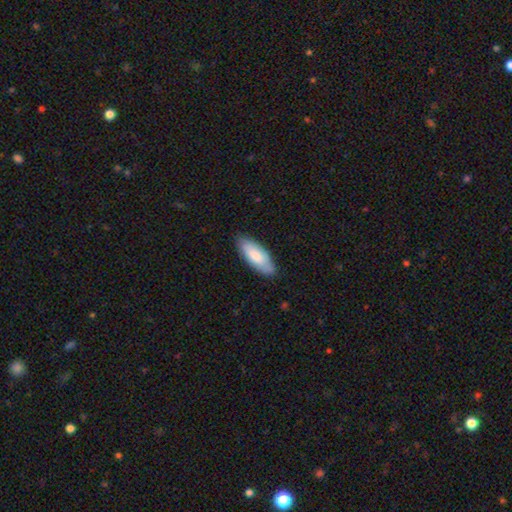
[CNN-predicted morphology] This is likely a smooth galaxy (76%). How rounded: likely in between (77%). Merging: clearly none (83%).